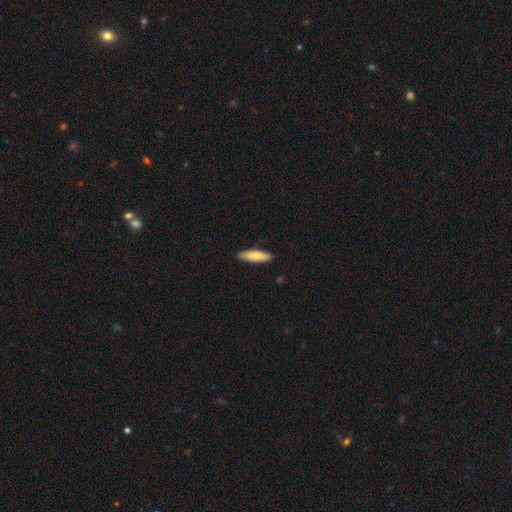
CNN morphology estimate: Smooth or featured: smooth — 81% (featured or disk — 14%)
How rounded: cigar-shaped — 62% (in between — 36%)
Merging: none — 88% (minor disturbance — 9%)